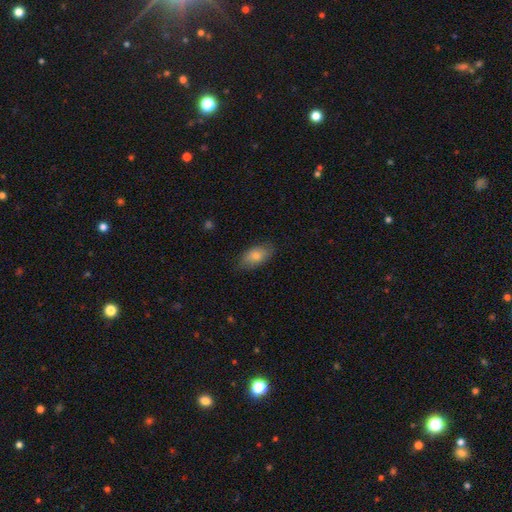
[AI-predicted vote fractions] Smooth or featured: smooth — 79% (featured or disk — 14%)
How rounded: in between — 92% (round — 5%)
Merging: none — 80% (minor disturbance — 16%)